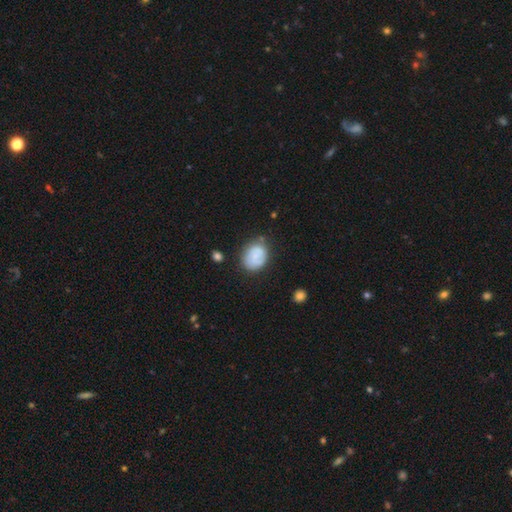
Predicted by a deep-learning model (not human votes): Smooth or featured? smooth (71%)
How rounded? in between (53%)
Merging? none (63%)